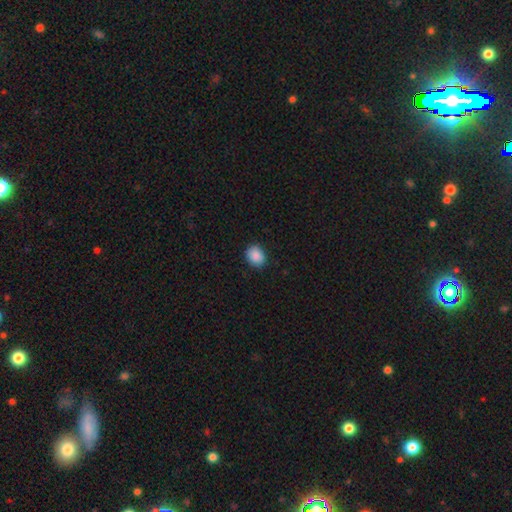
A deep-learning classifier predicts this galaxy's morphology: Q: Smooth or featured?
A: smooth (89%); runner-up: star or artifact (8%)
Q: How rounded?
A: round (50%); runner-up: in between (49%)
Q: Merging?
A: none (86%); runner-up: minor disturbance (11%)